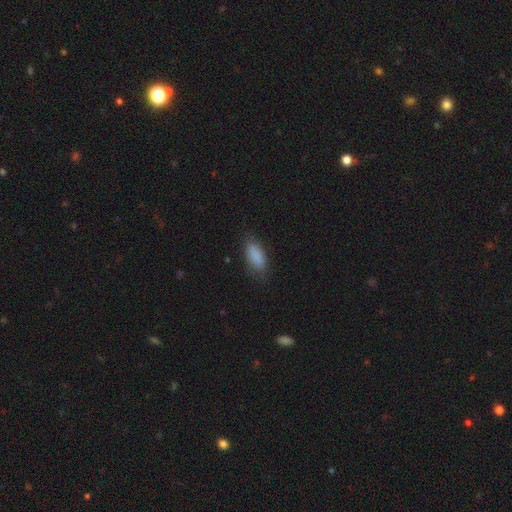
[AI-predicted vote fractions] Smooth or featured? smooth (87%)
How rounded? in between (85%)
Merging? none (78%)